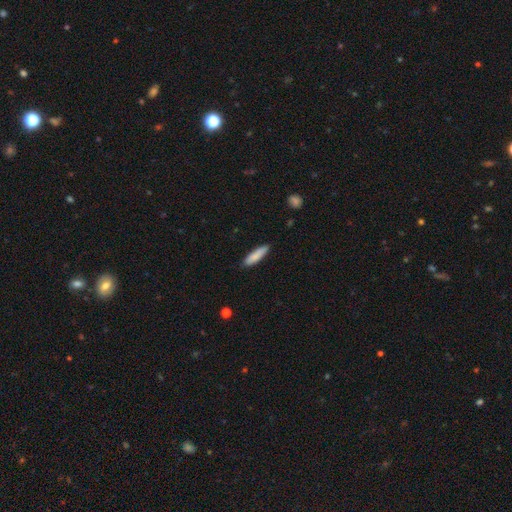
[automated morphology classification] Smooth or featured? smooth (85%)
How rounded? cigar-shaped (69%)
Merging? none (84%)